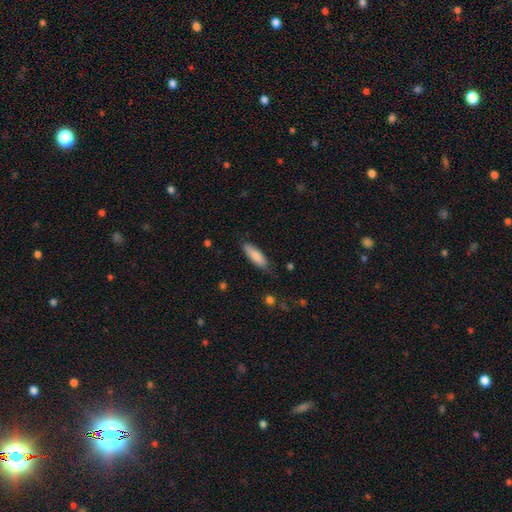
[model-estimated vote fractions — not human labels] A smooth galaxy with no disk features (85%) that is in between round and cigar-shaped (51%). Merging: none (79%).